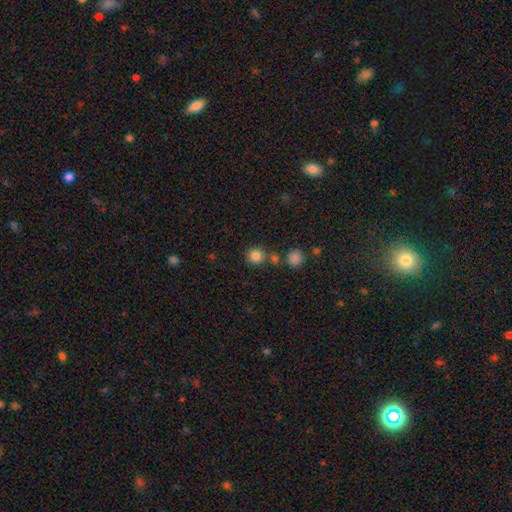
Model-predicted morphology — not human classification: Overall: smooth (83%). How rounded: round (89%). Merging: none (72%).